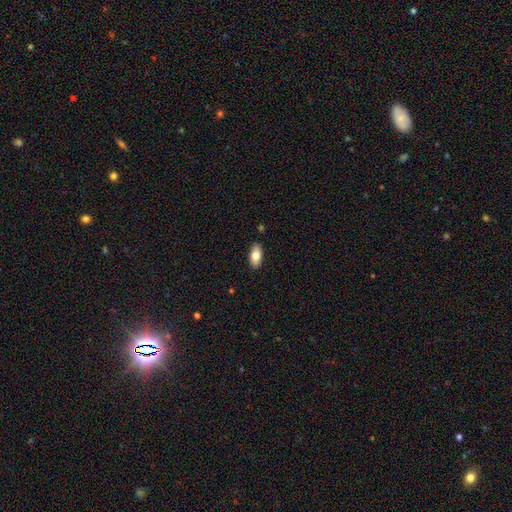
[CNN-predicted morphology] Overall: smooth (81%). How rounded: in between (91%). Merging: none (87%).